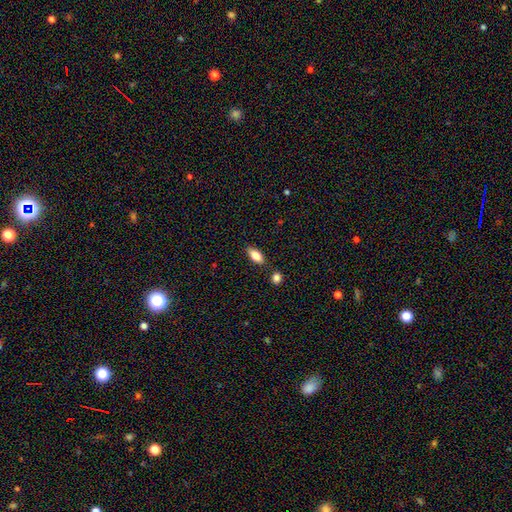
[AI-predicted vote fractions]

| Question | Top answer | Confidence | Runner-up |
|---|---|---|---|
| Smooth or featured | smooth | 79% | featured or disk (13%) |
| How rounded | in between | 83% | cigar-shaped (14%) |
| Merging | none | 83% | minor disturbance (10%) |